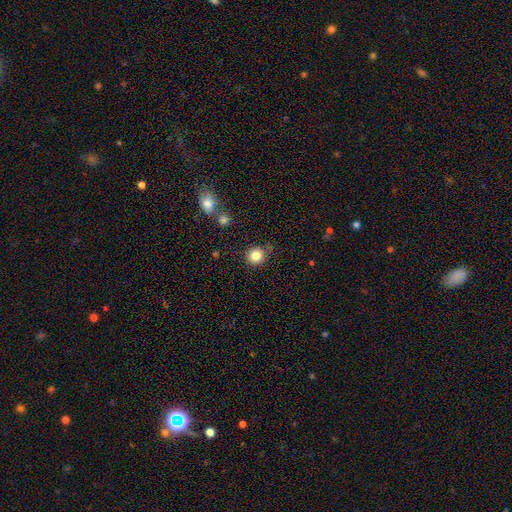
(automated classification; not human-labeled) smooth-or-featured: smooth: 83% | star or artifact: 11% | featured or disk: 6%
  how-rounded: round: 90% | in between: 9% | cigar-shaped: 1%
  merging: none: 83% | minor disturbance: 10% | merger: 4% | major disturbance: 3%